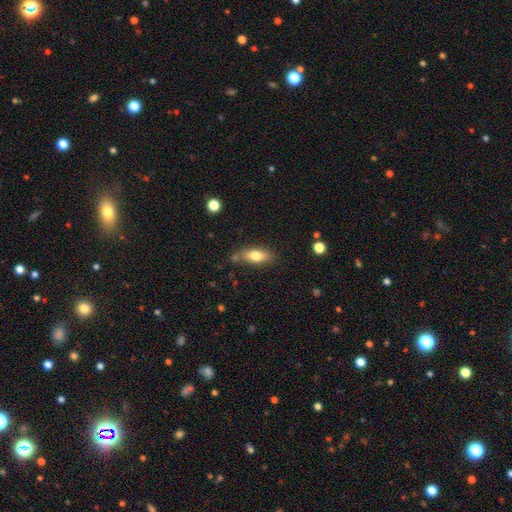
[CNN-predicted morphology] Smooth or featured? Predicted: smooth (p=0.75). How rounded? Predicted: in between (p=0.78). Merging? Predicted: none (p=0.67).